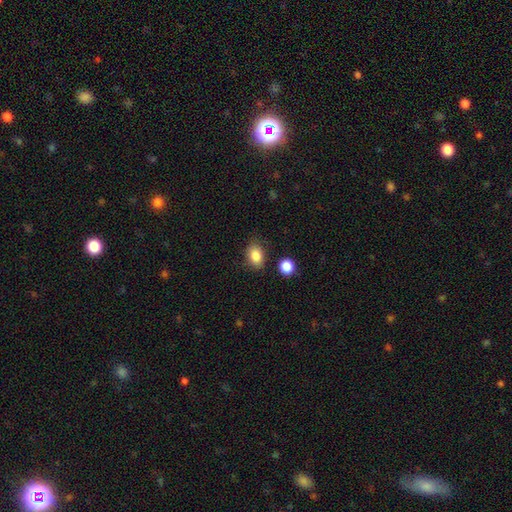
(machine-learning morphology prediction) smooth 86%, star or artifact 9%, featured or disk 5%. Down the decision tree: how rounded — in between (75%); merging — none (77%).